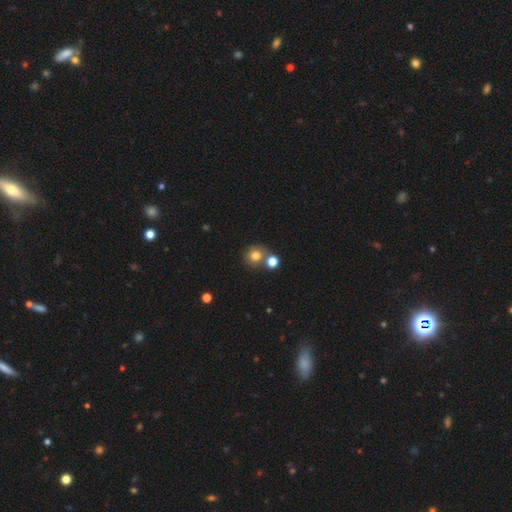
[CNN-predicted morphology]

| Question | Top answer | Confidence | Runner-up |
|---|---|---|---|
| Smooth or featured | smooth | 77% | star or artifact (12%) |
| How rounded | round | 86% | in between (13%) |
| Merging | none | 61% | merger (25%) |